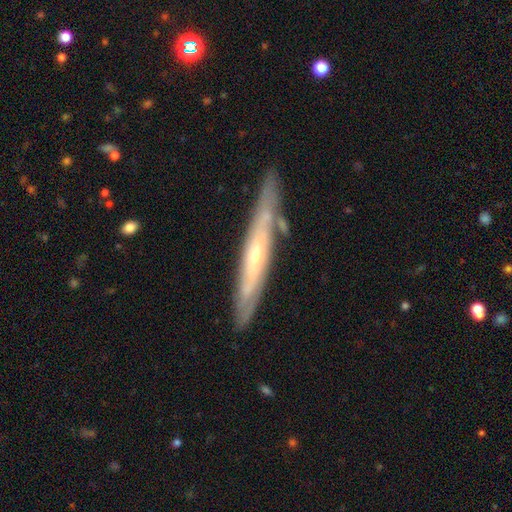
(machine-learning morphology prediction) Smooth or featured?
  - featured or disk: 73% *
  - smooth: 22%
  - star or artifact: 6%
Edge-on disk?
  - yes: 76% *
  - no: 24%
Edge-on bulge?
  - rounded: 63% *
  - none: 34%
  - boxy: 3%
Merging?
  - none: 81% *
  - minor disturbance: 13%
  - merger: 3%
  - major disturbance: 3%